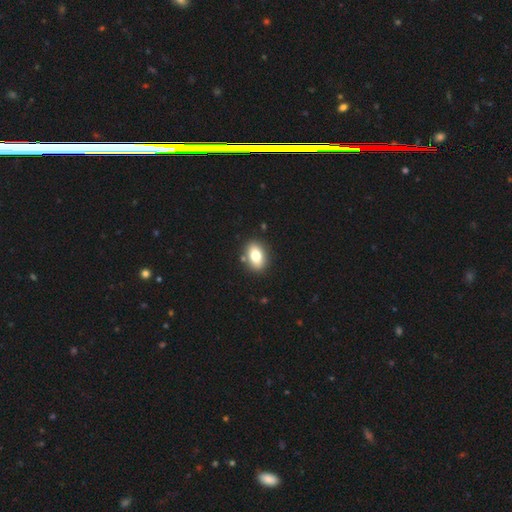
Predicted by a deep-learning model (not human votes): Smooth or featured? Predicted: smooth (p=0.75). How rounded? Predicted: in between (p=0.82). Merging? Predicted: none (p=0.85).